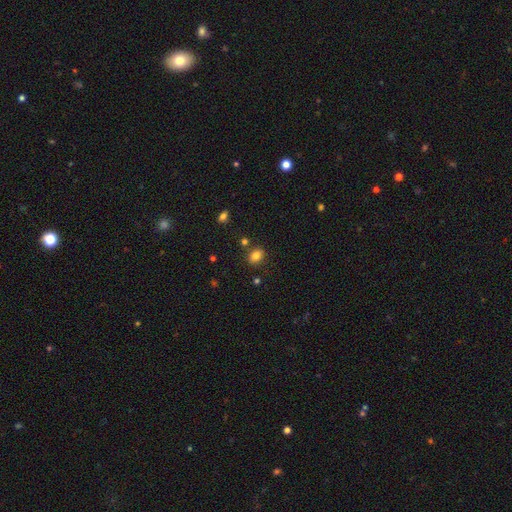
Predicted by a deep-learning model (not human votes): The model was most divided on "how rounded": in between: 54%, round: 45%, cigar-shaped: 1%. More confident: merging — none (82%); smooth or featured — smooth (82%).